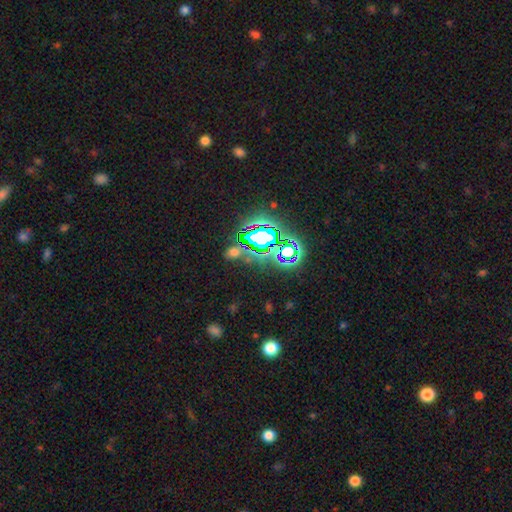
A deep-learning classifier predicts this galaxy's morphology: The model was most divided on "smooth or featured": star or artifact: 81%, smooth: 11%, featured or disk: 7%.